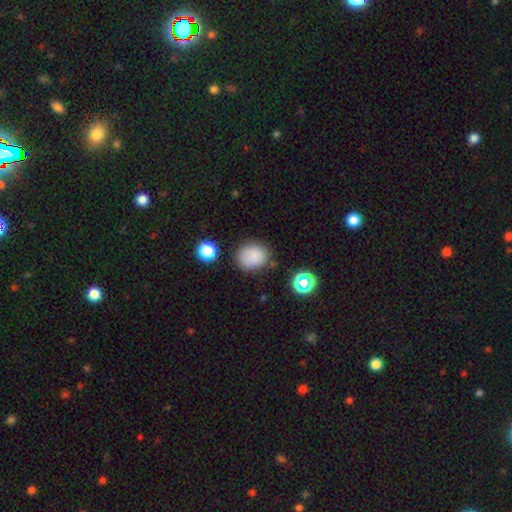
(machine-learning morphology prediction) type=smooth (83%); roundness=round (67%); merging=none (78%).